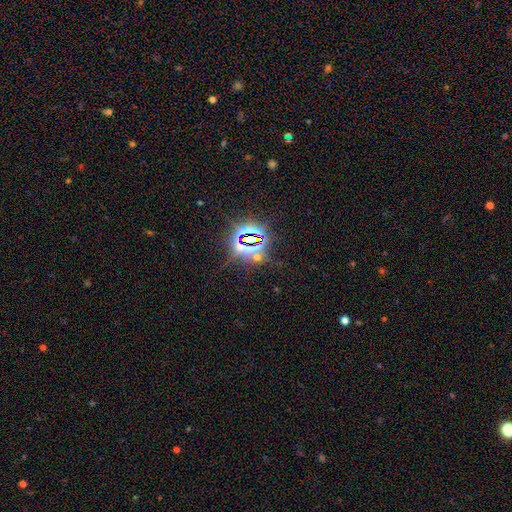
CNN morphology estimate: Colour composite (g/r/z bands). It shows a star or artifact, not a galaxy (84%).